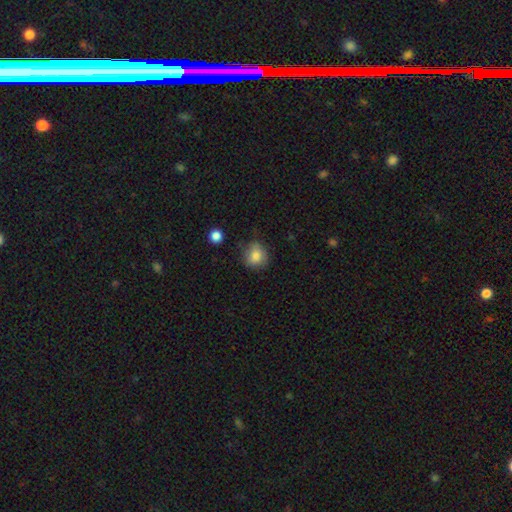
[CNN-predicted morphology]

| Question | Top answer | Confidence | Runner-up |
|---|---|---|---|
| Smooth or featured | smooth | 81% | star or artifact (9%) |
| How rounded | round | 80% | in between (19%) |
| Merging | none | 71% | minor disturbance (22%) |